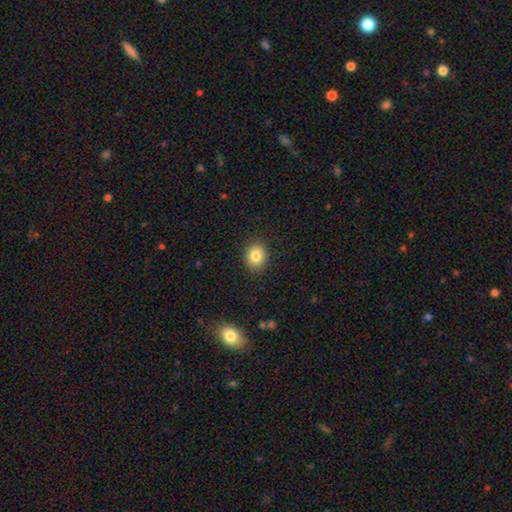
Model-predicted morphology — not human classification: The model was most divided on "how rounded": round: 67%, in between: 32%, cigar-shaped: 1%. More confident: merging — none (90%); smooth or featured — smooth (83%).